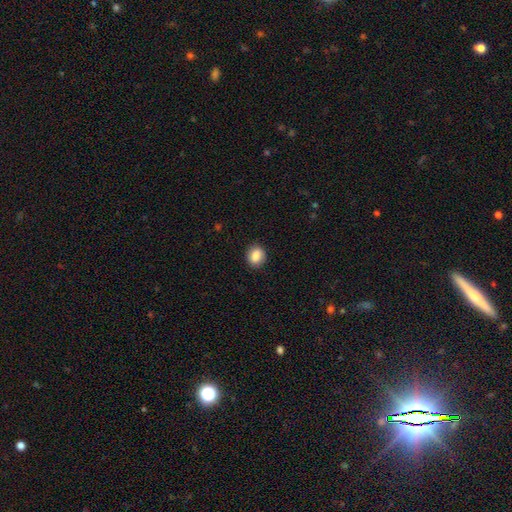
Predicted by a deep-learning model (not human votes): This appears to be a smooth galaxy with no disk features (85%) that is round (56%). Merging: none (88%).